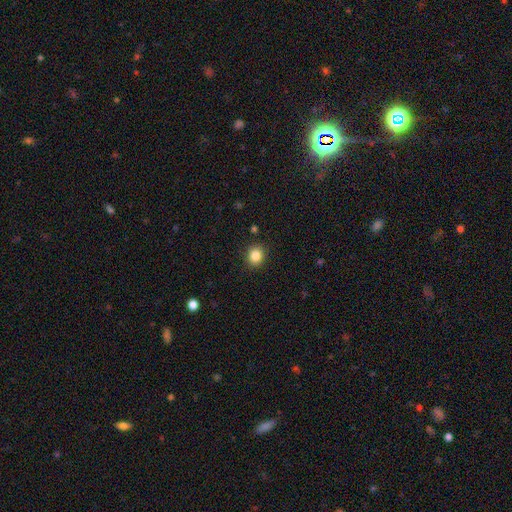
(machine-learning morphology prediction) A smooth galaxy with no disk features (85%) that is round (76%).

Vote fractions:
- Smooth or featured? smooth: 85% / star or artifact: 10% / featured or disk: 5%
- How rounded? round: 76% / in between: 23% / cigar-shaped: 1%
- Merging? none: 90% / minor disturbance: 7% / major disturbance: 2% / merger: 1%